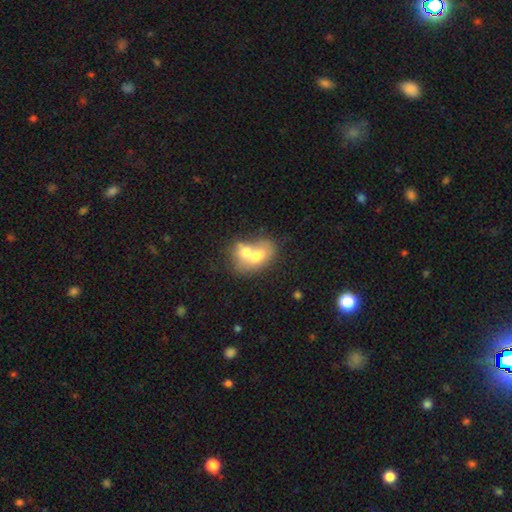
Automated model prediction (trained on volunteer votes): Smooth or featured?
  - smooth: 60% *
  - featured or disk: 31%
  - star or artifact: 9%
How rounded?
  - in between: 68% *
  - round: 30%
  - cigar-shaped: 2%
Merging?
  - merger: 73% *
  - none: 16%
  - minor disturbance: 7%
  - major disturbance: 4%